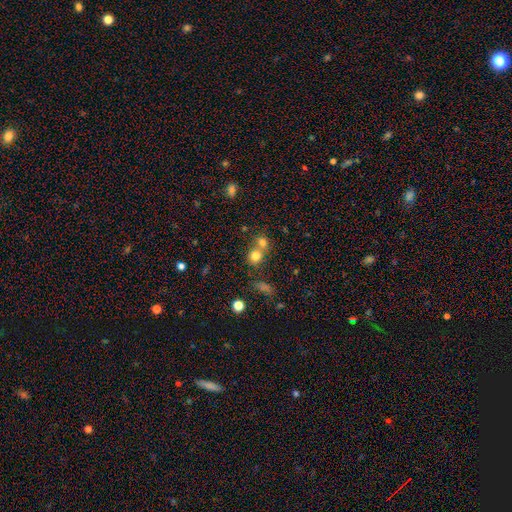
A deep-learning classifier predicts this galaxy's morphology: This appears to be a smooth galaxy with no disk features (76%) that is round (79%). Merging: merger (49%).